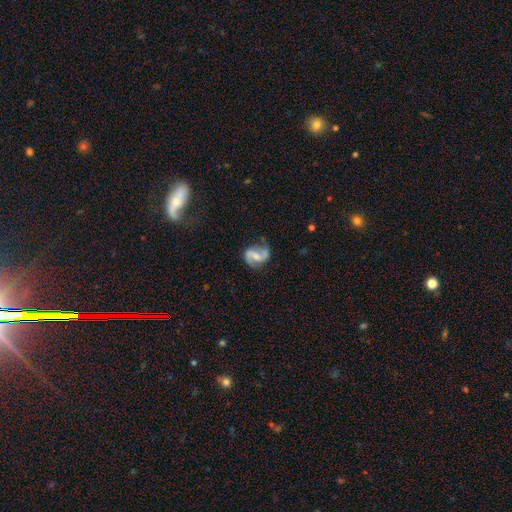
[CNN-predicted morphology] Smooth or featured?
  - featured or disk: 82% *
  - smooth: 12%
  - star or artifact: 6%
Edge-on disk?
  - no: 98% *
  - yes: 2%
Bar?
  - weak: 44% *
  - strong: 33%
  - no: 24%
Spiral arms?
  - yes: 94% *
  - no: 6%
Spiral winding?
  - medium: 44% *
  - loose: 43%
  - tight: 13%
Spiral arm count?
  - 2: 90% *
  - 1: 4%
  - can't tell: 3%
  - 3: 1%
  - 4: 1%
  - more than 4: 1%
Bulge size?
  - small: 36% *
  - moderate: 34%
  - none: 22%
  - large: 6%
  - dominant: 2%
Merging?
  - none: 66% *
  - minor disturbance: 20%
  - major disturbance: 11%
  - merger: 3%